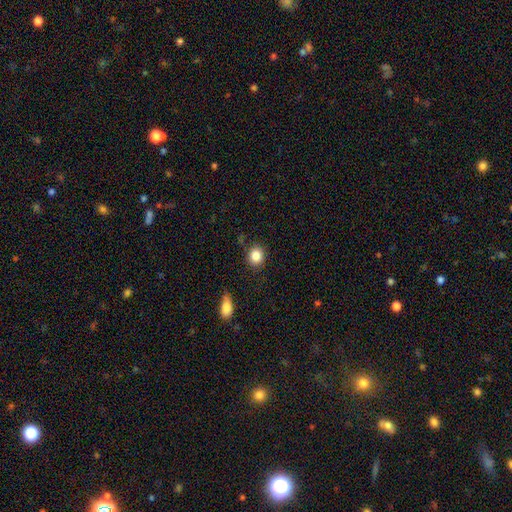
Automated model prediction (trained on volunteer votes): smooth 85%, star or artifact 10%, featured or disk 6%. Down the decision tree: how rounded — round (76%); merging — none (80%).